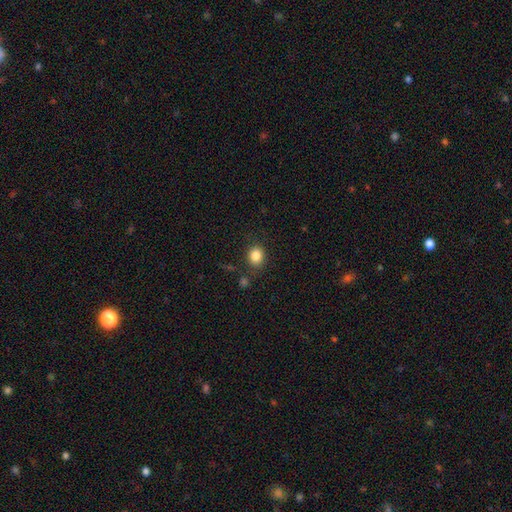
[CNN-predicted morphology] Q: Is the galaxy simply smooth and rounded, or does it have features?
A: smooth — 85%.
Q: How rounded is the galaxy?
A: round — 71%.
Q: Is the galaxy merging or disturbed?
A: none — 82%.